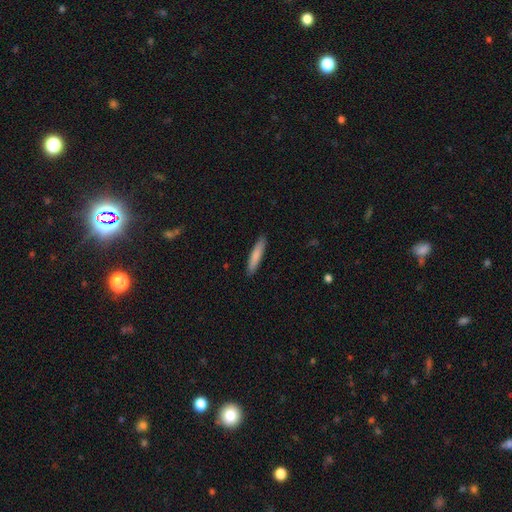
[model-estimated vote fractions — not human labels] A smooth galaxy with no disk features (81%) that is cigar-shaped (89%). Merging: none (90%).